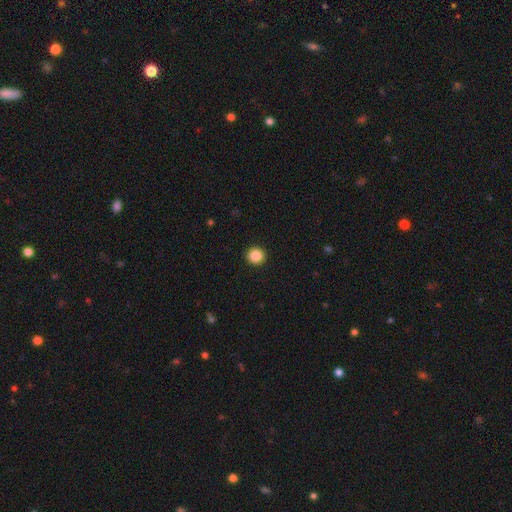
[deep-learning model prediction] This appears to be a smooth galaxy with no disk features (87%) that is round (94%). Merging: none (94%).